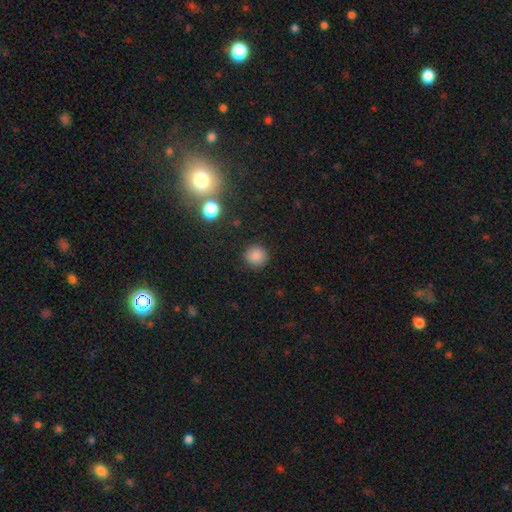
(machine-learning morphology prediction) type=smooth (84%); roundness=round (93%); merging=none (89%).